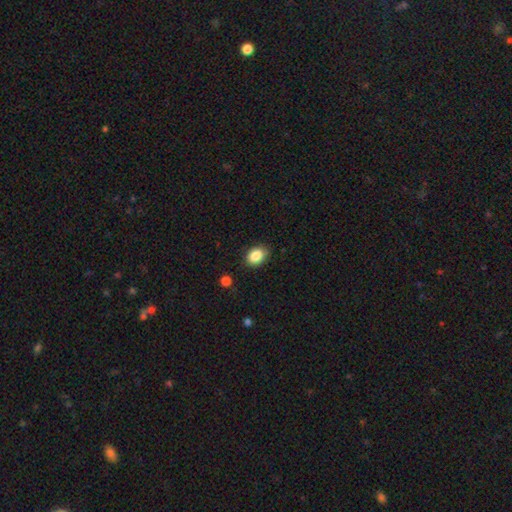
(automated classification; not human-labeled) smooth 87%, star or artifact 9%, featured or disk 5%. Down the decision tree: how rounded — in between (72%); merging — none (82%).